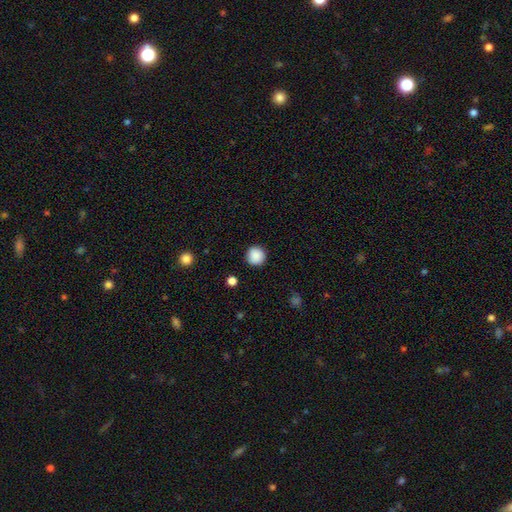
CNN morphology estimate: The model was most divided on "smooth or featured": smooth: 88%, star or artifact: 9%, featured or disk: 3%. More confident: how rounded — round (95%); merging — none (90%).